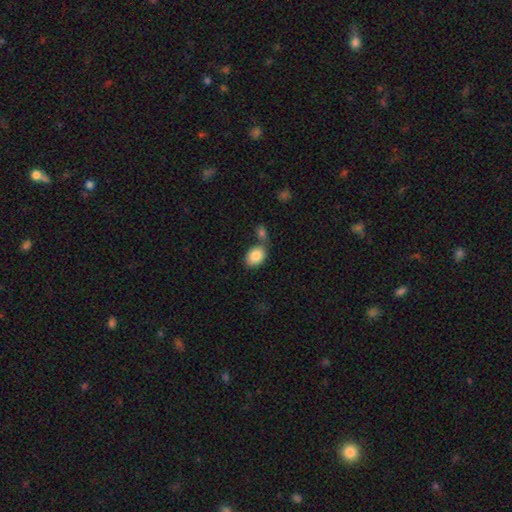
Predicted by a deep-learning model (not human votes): Smooth or featured?
  - smooth: 85% *
  - featured or disk: 7%
  - star or artifact: 7%
How rounded?
  - in between: 79% *
  - round: 20%
  - cigar-shaped: 1%
Merging?
  - none: 52% *
  - merger: 30%
  - minor disturbance: 14%
  - major disturbance: 4%